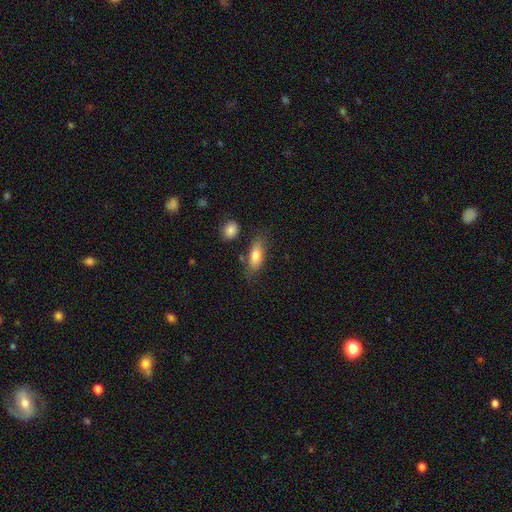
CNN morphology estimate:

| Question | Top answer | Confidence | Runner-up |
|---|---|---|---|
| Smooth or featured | smooth | 76% | featured or disk (17%) |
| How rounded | in between | 77% | cigar-shaped (19%) |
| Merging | none | 71% | minor disturbance (18%) |